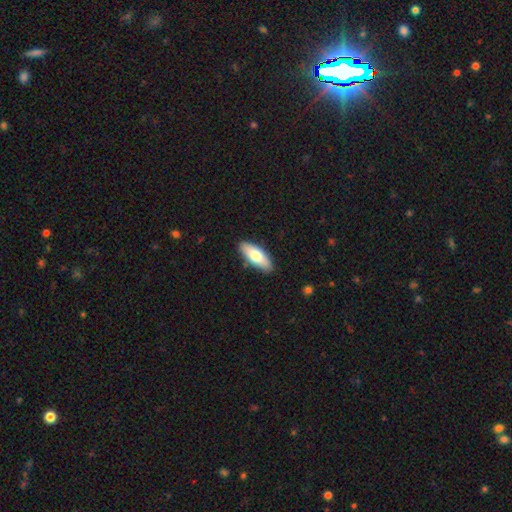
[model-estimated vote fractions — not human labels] Smooth or featured? Predicted: smooth (p=0.71). How rounded? Predicted: in between (p=0.74). Merging? Predicted: none (p=0.88).